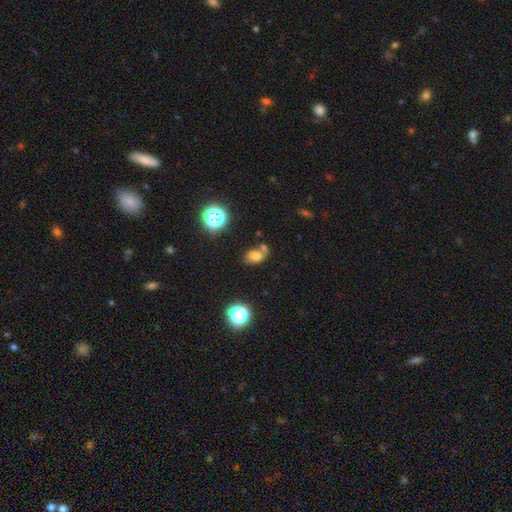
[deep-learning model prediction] Overall: smooth (61%). How rounded: in between (76%). Merging: none (38%; merger 31%).